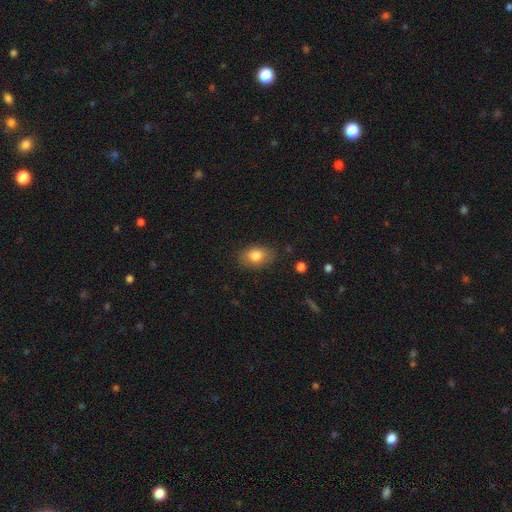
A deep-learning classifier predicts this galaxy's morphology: Smooth or featured: smooth — 80% (featured or disk — 11%)
How rounded: in between — 82% (round — 16%)
Merging: none — 82% (minor disturbance — 14%)